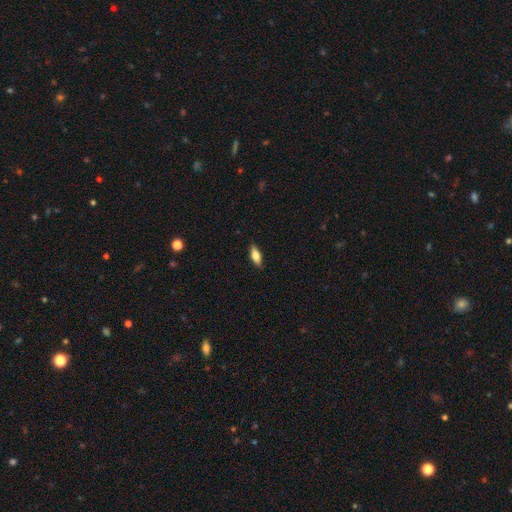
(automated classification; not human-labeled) smooth 70%, featured or disk 23%, star or artifact 7%. Down the decision tree: how rounded — in between (70%); merging — none (88%).